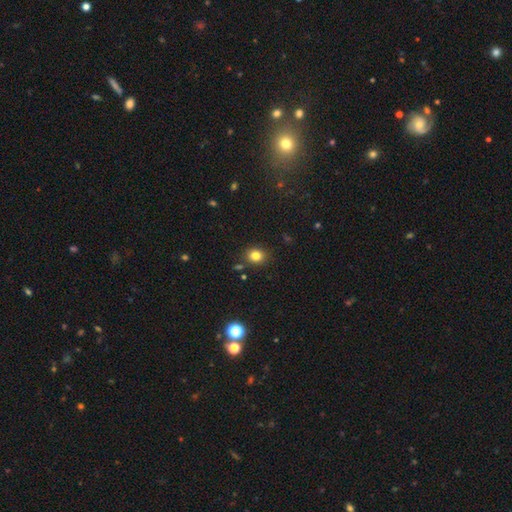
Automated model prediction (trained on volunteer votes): Morphology: type=smooth (82%); roundness=round (69%); merging=none (84%).